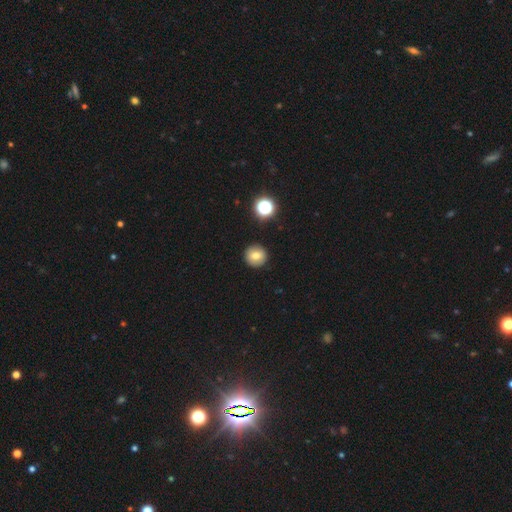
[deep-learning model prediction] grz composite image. It shows a smooth galaxy with no disk features (75%) that is round (95%). Merging: none (91%).